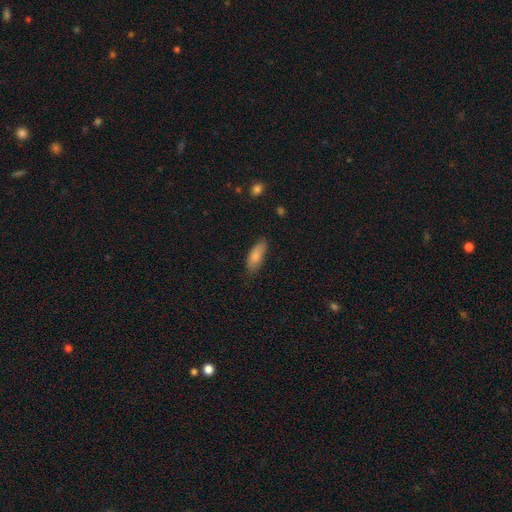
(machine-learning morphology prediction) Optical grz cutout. It shows a smooth galaxy with no disk features (82%) that is in between round and cigar-shaped (72%). Merging: none (77%).